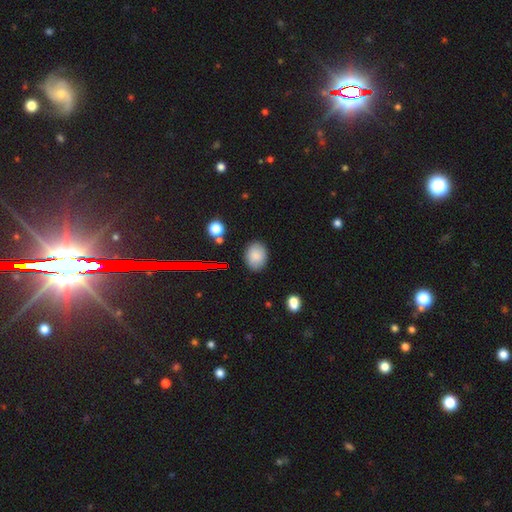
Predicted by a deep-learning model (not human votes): This is clearly a smooth galaxy (82%). How rounded: likely in between (66%). Merging: clearly none (85%).